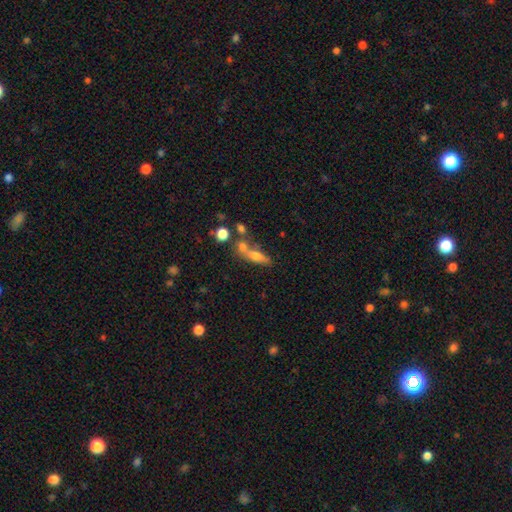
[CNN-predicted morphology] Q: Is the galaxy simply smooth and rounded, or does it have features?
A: smooth — 63%.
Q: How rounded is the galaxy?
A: in between — 51%.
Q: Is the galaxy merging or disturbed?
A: none — 43%.